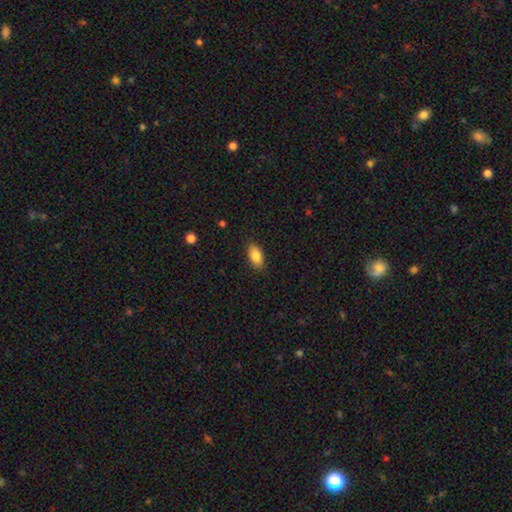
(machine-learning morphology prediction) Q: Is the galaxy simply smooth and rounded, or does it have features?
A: smooth — 84%.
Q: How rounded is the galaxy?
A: in between — 90%.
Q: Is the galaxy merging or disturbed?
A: none — 88%.